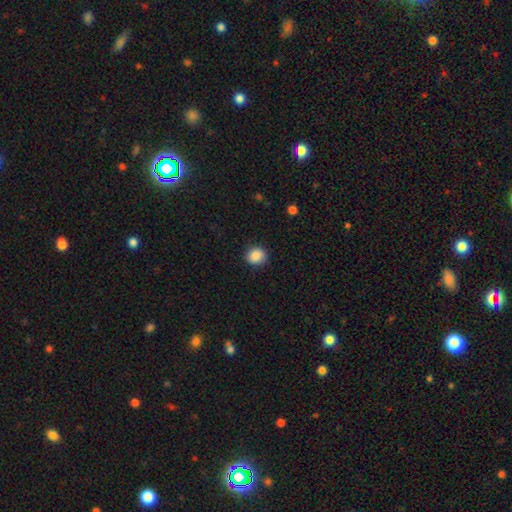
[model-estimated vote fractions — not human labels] A smooth galaxy with no disk features (88%) that is round (83%). Merging: none (88%).